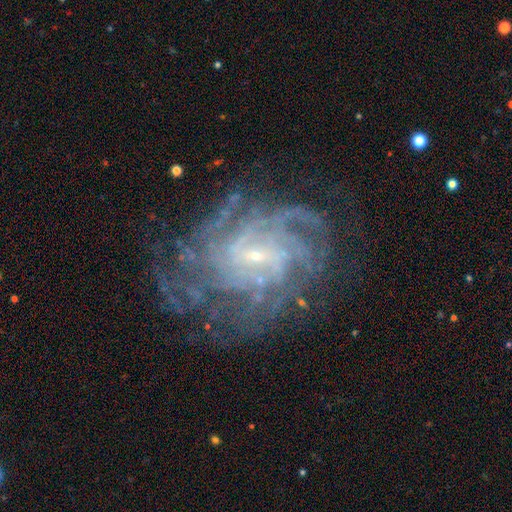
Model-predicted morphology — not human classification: Q: Smooth or featured?
A: featured or disk (88%); runner-up: star or artifact (7%)
Q: Edge-on disk?
A: no (97%); runner-up: yes (3%)
Q: Bar?
A: weak (47%); runner-up: no (39%)
Q: Spiral arms?
A: yes (95%); runner-up: no (5%)
Q: Spiral winding?
A: tight (61%); runner-up: medium (30%)
Q: Spiral arm count?
A: more than 4 (28%); tied with: can't tell (28%)
Q: Bulge size?
A: small (84%); runner-up: moderate (10%)
Q: Merging?
A: none (69%); runner-up: minor disturbance (17%)